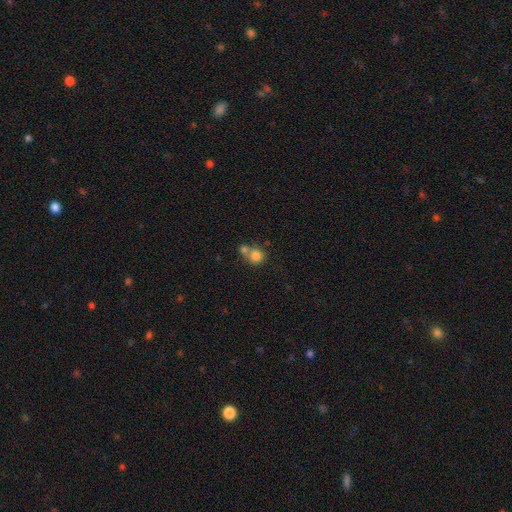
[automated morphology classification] Smooth or featured? Predicted: smooth (p=0.80). How rounded? Predicted: round (p=0.84). Merging? Predicted: merger (p=0.48).